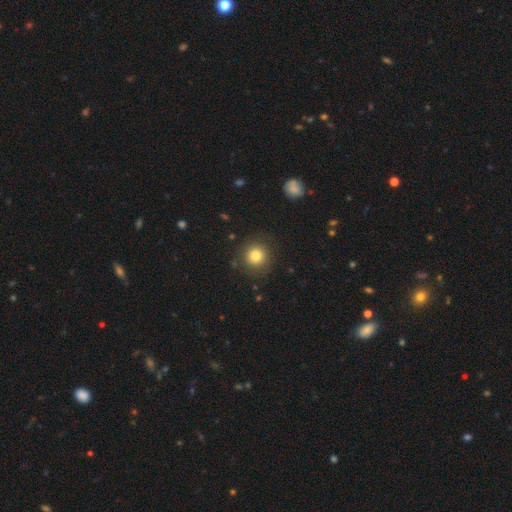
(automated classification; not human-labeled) Smooth or featured? smooth (80%)
How rounded? round (93%)
Merging? none (87%)